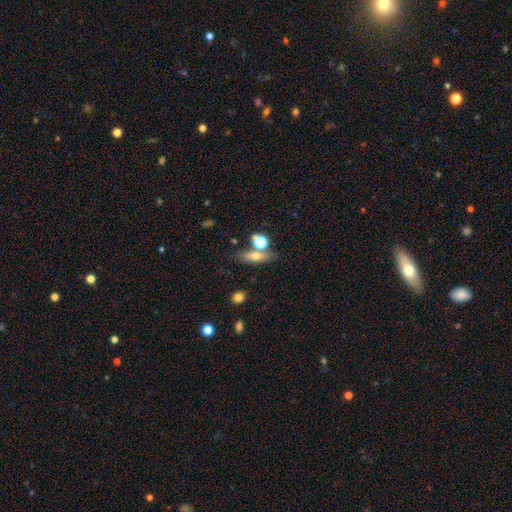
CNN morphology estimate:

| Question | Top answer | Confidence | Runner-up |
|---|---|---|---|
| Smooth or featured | smooth | 59% | featured or disk (29%) |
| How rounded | in between | 47% | cigar-shaped (40%) |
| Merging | none | 61% | merger (21%) |